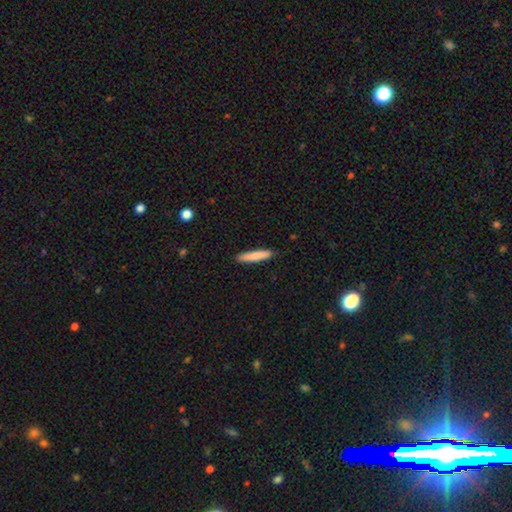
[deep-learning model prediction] smooth-or-featured: smooth: 81% | featured or disk: 13% | star or artifact: 6%
  how-rounded: cigar-shaped: 90% | in between: 8% | round: 1%
  merging: none: 89% | minor disturbance: 8% | major disturbance: 2% | merger: 1%